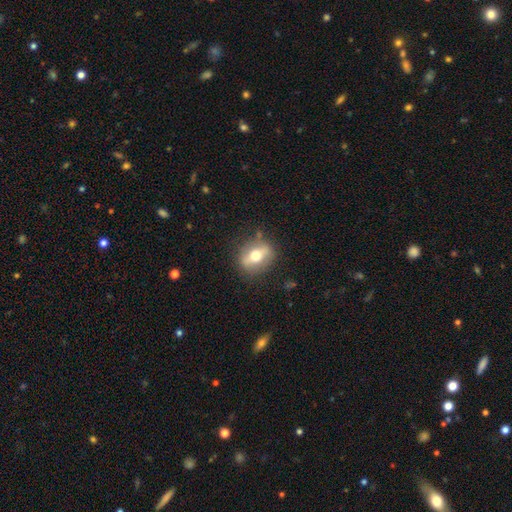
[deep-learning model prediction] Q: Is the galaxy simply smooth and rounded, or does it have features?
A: featured or disk — 47%.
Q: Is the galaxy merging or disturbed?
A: none — 82%.